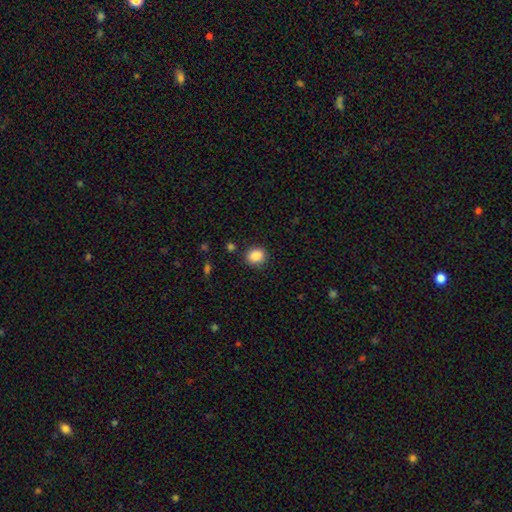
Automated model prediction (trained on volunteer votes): Morphology: type=smooth (88%); roundness=round (71%); merging=none (86%).